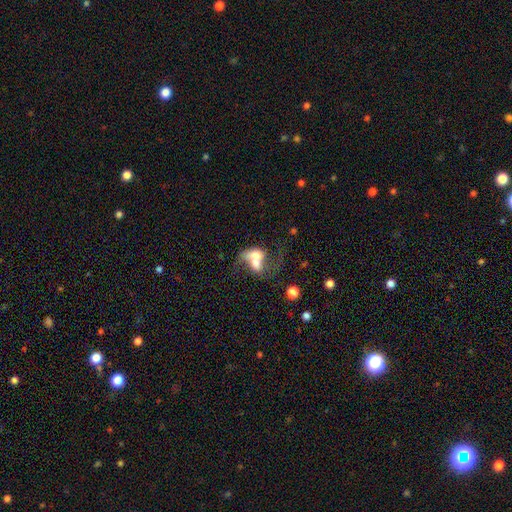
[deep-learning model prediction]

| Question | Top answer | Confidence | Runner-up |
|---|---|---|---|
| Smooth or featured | featured or disk | 47% | smooth (43%) |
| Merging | merger | 72% | major disturbance (13%) |